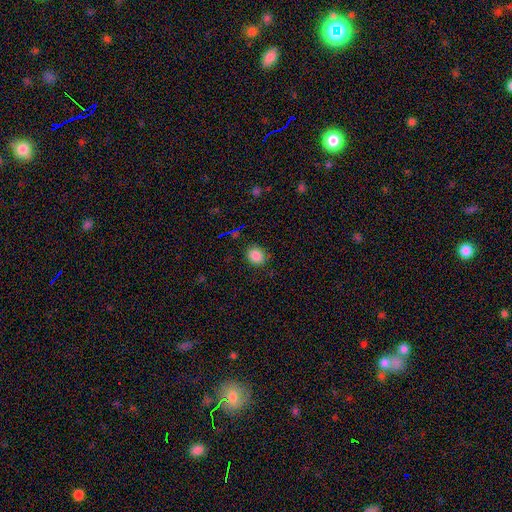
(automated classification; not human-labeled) smooth-or-featured: smooth: 84% | star or artifact: 12% | featured or disk: 4%
  how-rounded: round: 74% | in between: 25% | cigar-shaped: 1%
  merging: none: 84% | minor disturbance: 12% | major disturbance: 3% | merger: 1%